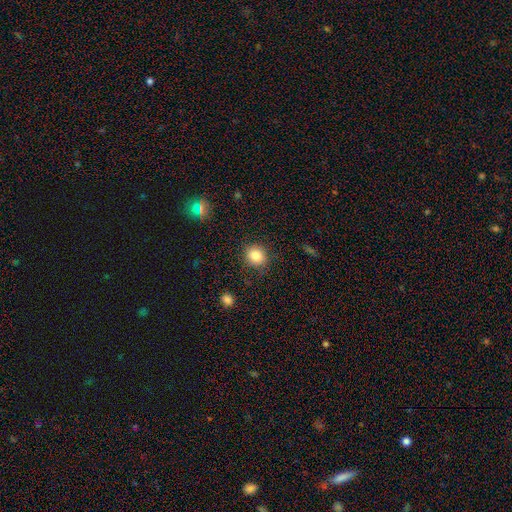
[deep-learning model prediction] A smooth galaxy with no disk features (84%) that is round (69%).

Vote fractions:
- Smooth or featured? smooth: 84% / star or artifact: 10% / featured or disk: 5%
- How rounded? round: 69% / in between: 30% / cigar-shaped: 1%
- Merging? none: 84% / minor disturbance: 11% / major disturbance: 3% / merger: 1%